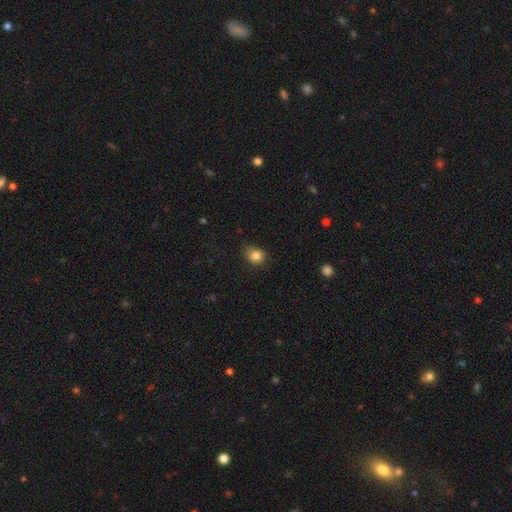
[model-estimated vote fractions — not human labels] smooth 84%, star or artifact 10%, featured or disk 5%. Down the decision tree: how rounded — round (65%); merging — none (72%).